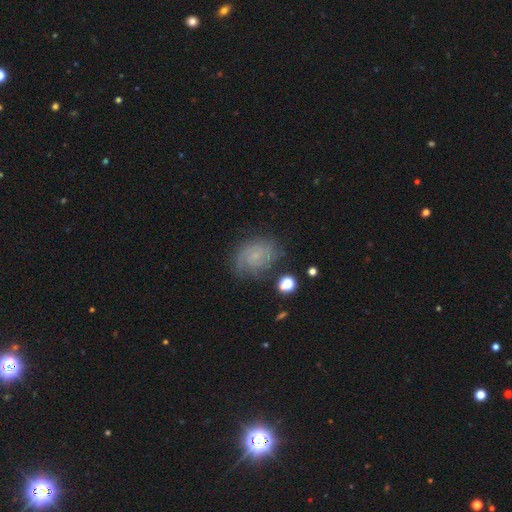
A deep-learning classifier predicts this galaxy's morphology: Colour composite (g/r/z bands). It shows a featured or disk galaxy (58%) with no bar (71%), tight (53%) spiral arms (89%) and a small central bulge (65%). Merging: none (69%).